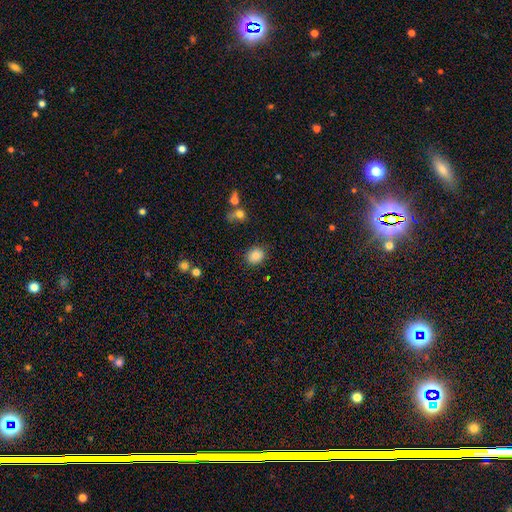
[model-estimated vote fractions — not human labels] A smooth galaxy with no disk features (86%) that is round (68%). Merging: none (83%).